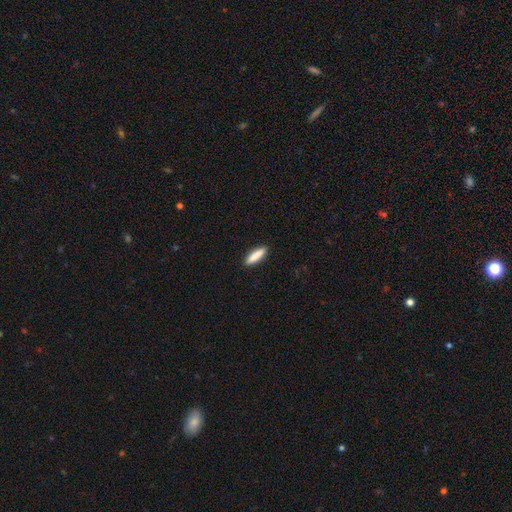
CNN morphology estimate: The model was most divided on "how rounded": cigar-shaped: 75%, in between: 24%, round: 2%. More confident: merging — none (91%); smooth or featured — smooth (86%).